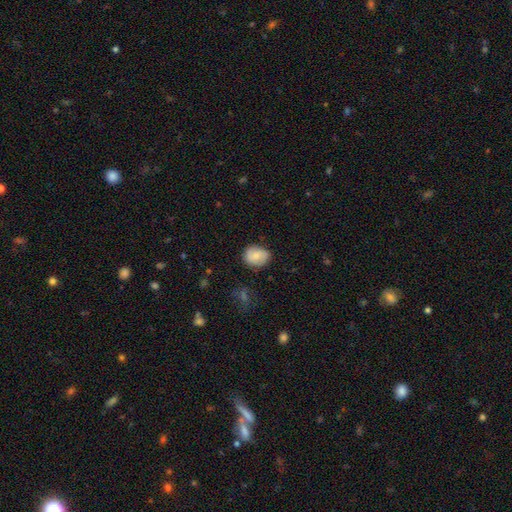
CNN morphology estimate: Q: Smooth or featured?
A: smooth (74%); runner-up: featured or disk (19%)
Q: How rounded?
A: round (55%); runner-up: in between (44%)
Q: Merging?
A: none (75%); runner-up: minor disturbance (19%)